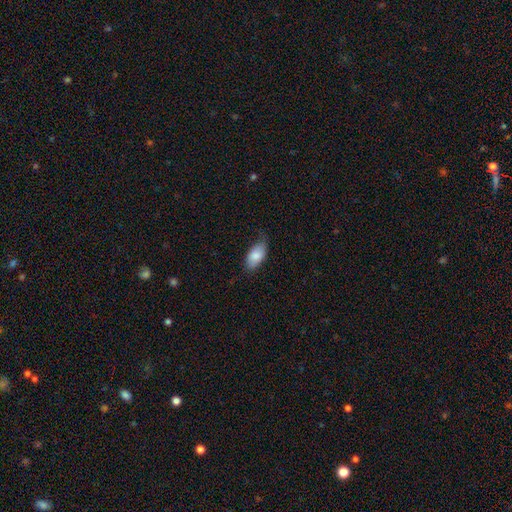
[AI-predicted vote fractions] A smooth galaxy with no disk features (84%) that is in between round and cigar-shaped (93%). Merging: none (66%).